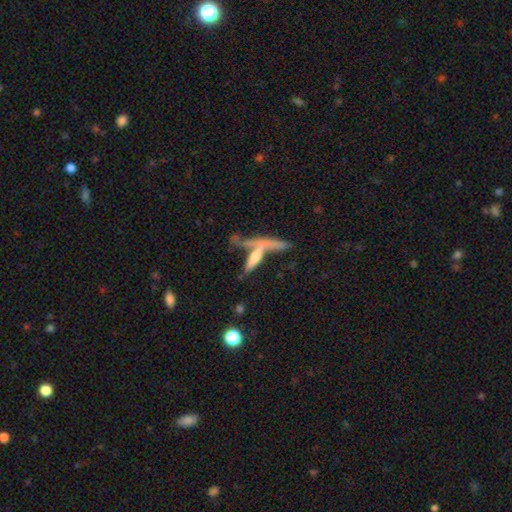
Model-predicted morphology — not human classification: A smooth galaxy with no disk features (46%). Merging: merger (44%).